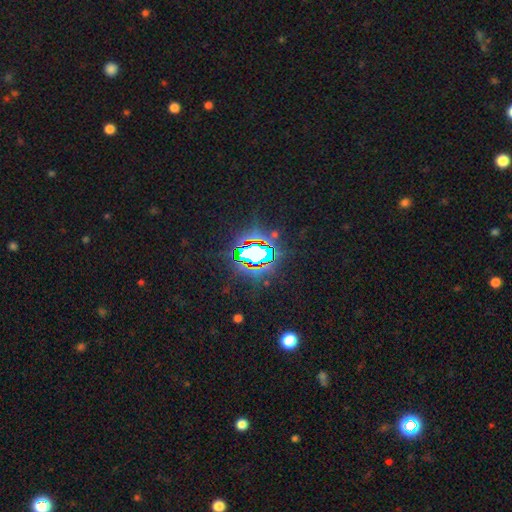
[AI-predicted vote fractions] Smooth or featured? star or artifact (85%)